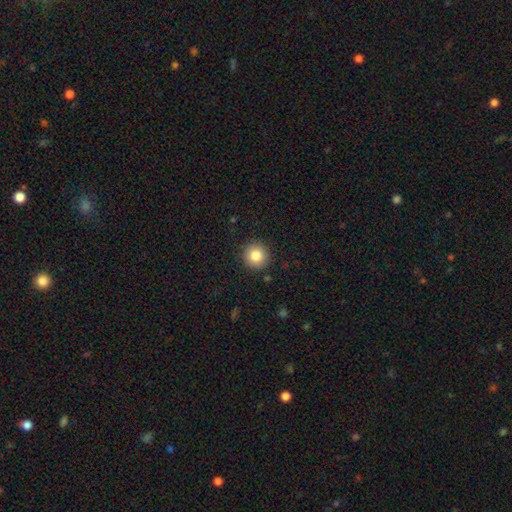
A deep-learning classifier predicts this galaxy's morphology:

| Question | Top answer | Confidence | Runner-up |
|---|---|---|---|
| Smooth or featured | smooth | 83% | star or artifact (10%) |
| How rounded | round | 95% | in between (4%) |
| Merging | none | 91% | minor disturbance (6%) |